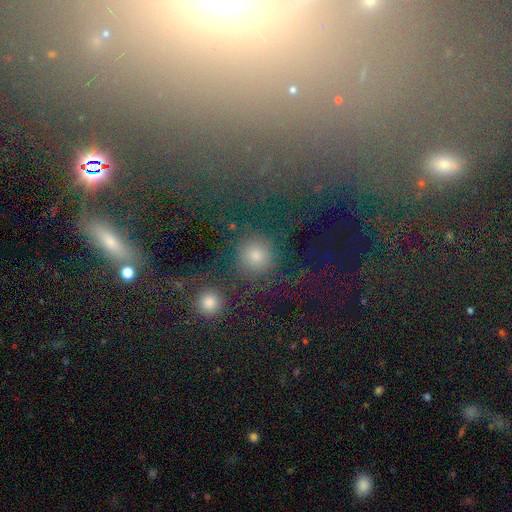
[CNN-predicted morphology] Smooth or featured?
  - smooth: 70% *
  - star or artifact: 20%
  - featured or disk: 10%
How rounded?
  - round: 90% *
  - in between: 9%
  - cigar-shaped: 2%
Merging?
  - none: 70% *
  - minor disturbance: 11%
  - merger: 10%
  - major disturbance: 8%